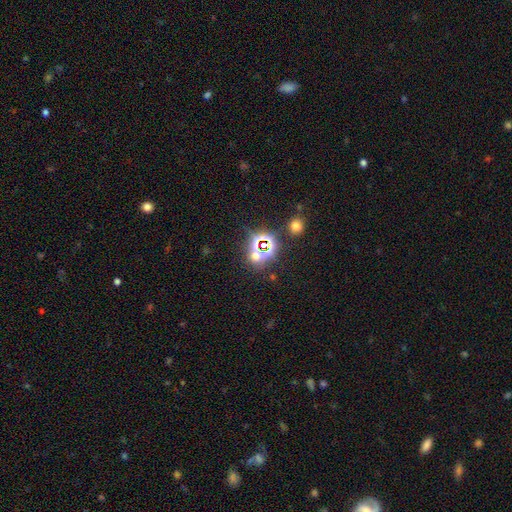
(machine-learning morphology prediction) This is likely a star or artifact rather than a galaxy (68%).